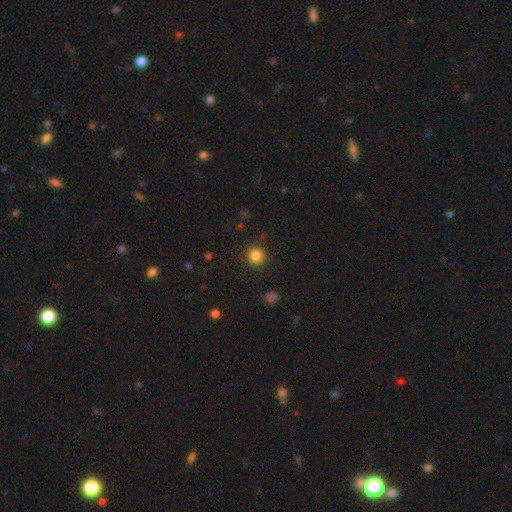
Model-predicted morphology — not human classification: Smooth or featured: smooth — 85% (star or artifact — 12%)
How rounded: round — 95% (in between — 5%)
Merging: none — 88% (minor disturbance — 7%)